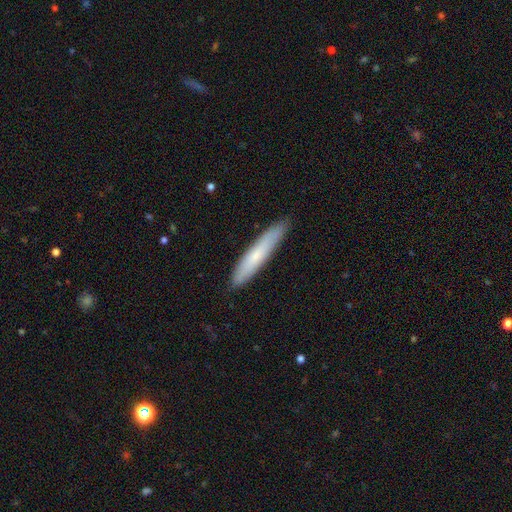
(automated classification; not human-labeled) smooth-or-featured: smooth: 67% | featured or disk: 27% | star or artifact: 6%
  how-rounded: cigar-shaped: 91% | in between: 8% | round: 1%
  merging: none: 88% | minor disturbance: 10% | major disturbance: 2% | merger: 1%